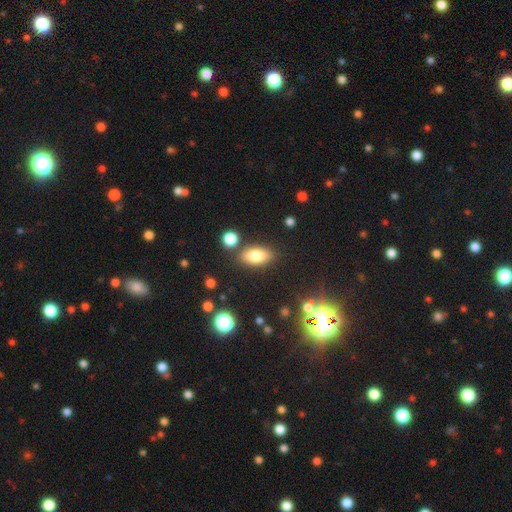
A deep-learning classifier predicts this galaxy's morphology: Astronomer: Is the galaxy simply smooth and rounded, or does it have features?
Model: smooth — 79%.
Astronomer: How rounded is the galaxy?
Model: in between — 87%.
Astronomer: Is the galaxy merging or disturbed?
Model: none — 81%.